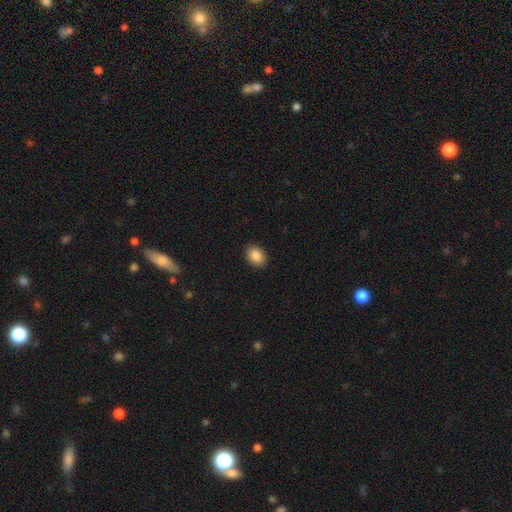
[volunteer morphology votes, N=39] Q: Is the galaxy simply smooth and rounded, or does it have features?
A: smooth — 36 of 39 (92%).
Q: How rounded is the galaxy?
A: in between — 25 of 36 (69%).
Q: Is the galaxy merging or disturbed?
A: none — 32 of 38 (84%).